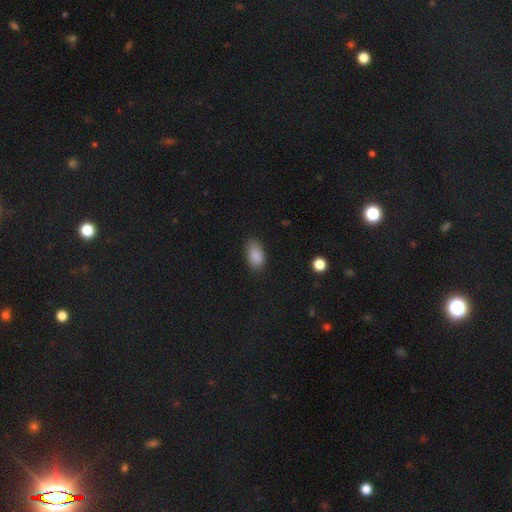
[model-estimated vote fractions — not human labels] Q: Smooth or featured?
A: smooth (87%); runner-up: star or artifact (9%)
Q: How rounded?
A: in between (90%); runner-up: round (8%)
Q: Merging?
A: none (77%); runner-up: minor disturbance (18%)